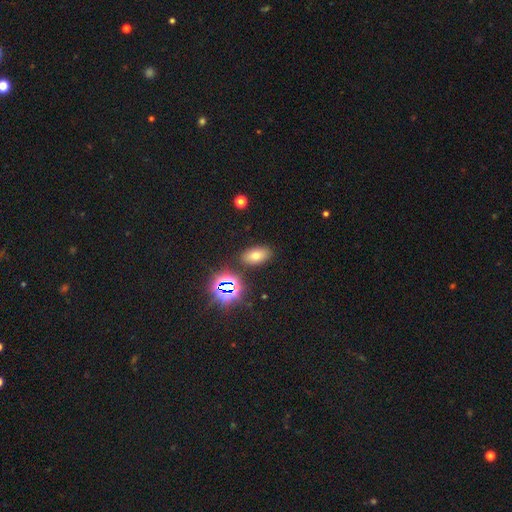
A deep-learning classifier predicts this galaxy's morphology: smooth 62%, star or artifact 27%, featured or disk 11%. Down the decision tree: how rounded — in between (88%); merging — none (87%).